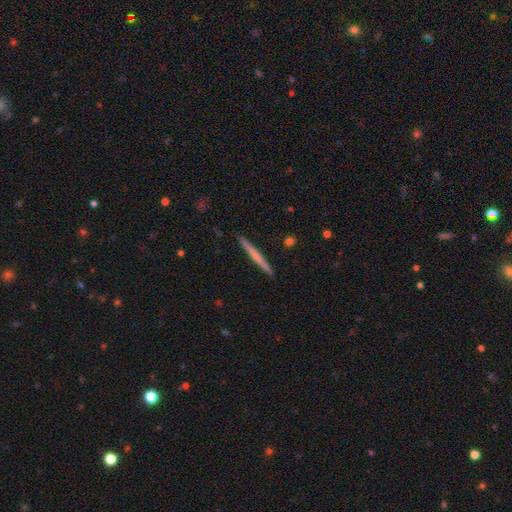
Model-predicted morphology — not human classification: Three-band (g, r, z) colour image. It shows a smooth galaxy with no disk features (48%). Merging: none (92%).